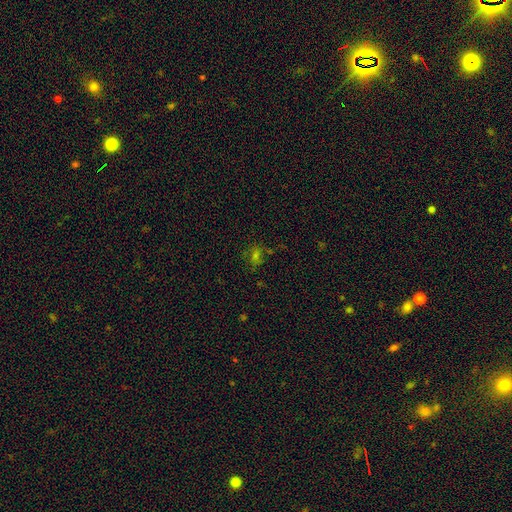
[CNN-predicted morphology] Q: Smooth or featured?
A: smooth (45%); runner-up: star or artifact (40%)
Q: Merging?
A: none (67%); runner-up: minor disturbance (17%)